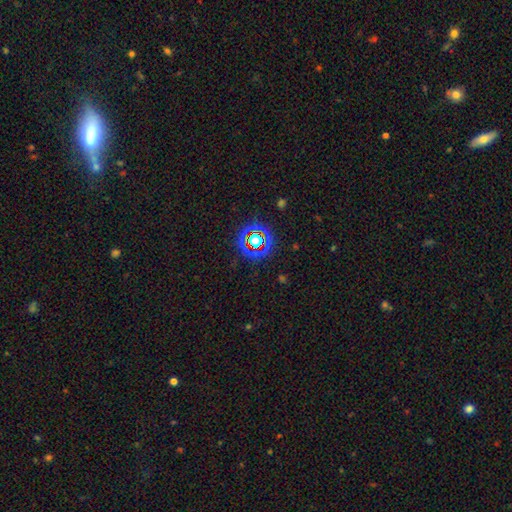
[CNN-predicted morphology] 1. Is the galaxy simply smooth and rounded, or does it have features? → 65% star or artifact, 21% smooth, 14% featured or disk.